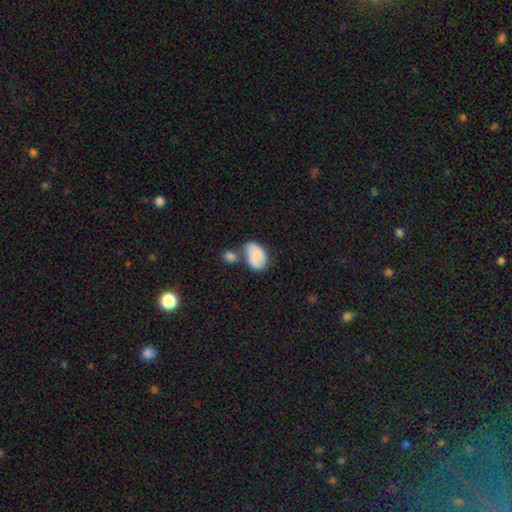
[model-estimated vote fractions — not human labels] smooth 78%, featured or disk 15%, star or artifact 7%. Down the decision tree: how rounded — in between (87%); merging — none (38%).